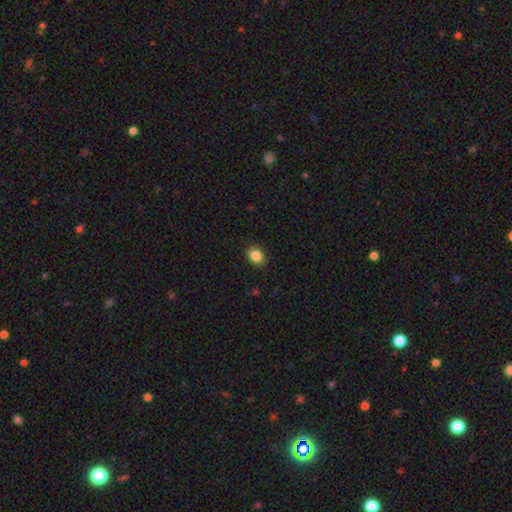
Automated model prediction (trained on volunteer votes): Smooth or featured?
  - smooth: 85% *
  - star or artifact: 10%
  - featured or disk: 5%
How rounded?
  - in between: 52% *
  - round: 47%
  - cigar-shaped: 1%
Merging?
  - none: 88% *
  - minor disturbance: 9%
  - major disturbance: 2%
  - merger: 1%